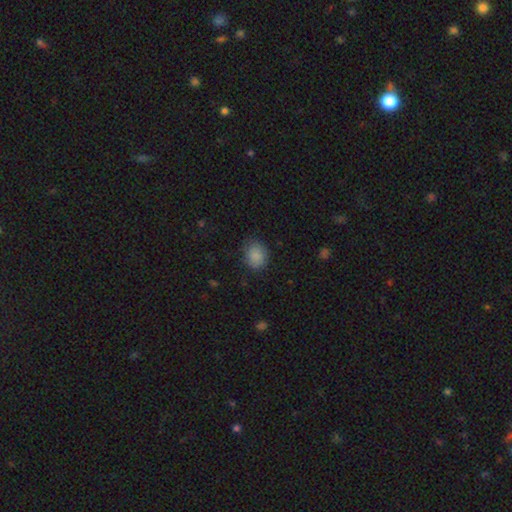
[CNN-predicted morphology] Q: Smooth or featured?
A: smooth (87%); runner-up: star or artifact (9%)
Q: How rounded?
A: round (55%); runner-up: in between (44%)
Q: Merging?
A: none (79%); runner-up: minor disturbance (16%)